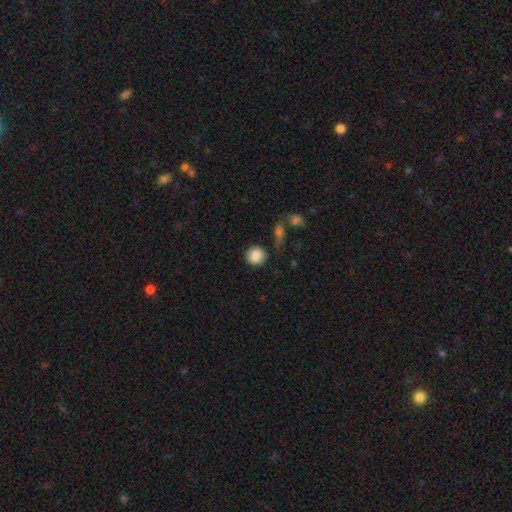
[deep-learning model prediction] A smooth galaxy with no disk features (87%) that is round (88%). Merging: none (77%).